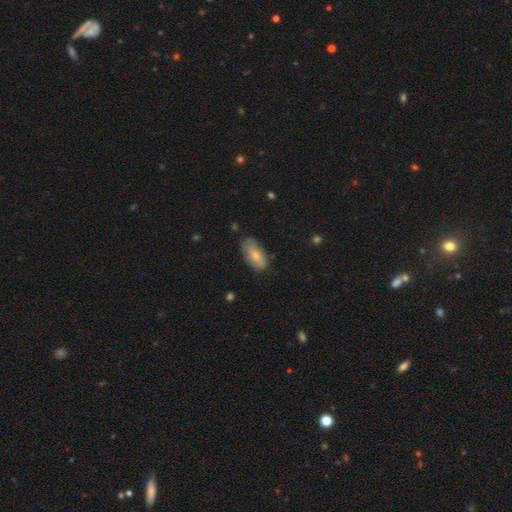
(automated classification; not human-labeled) Q: Smooth or featured?
A: smooth (74%); runner-up: featured or disk (20%)
Q: How rounded?
A: in between (88%); runner-up: cigar-shaped (9%)
Q: Merging?
A: none (74%); runner-up: minor disturbance (20%)